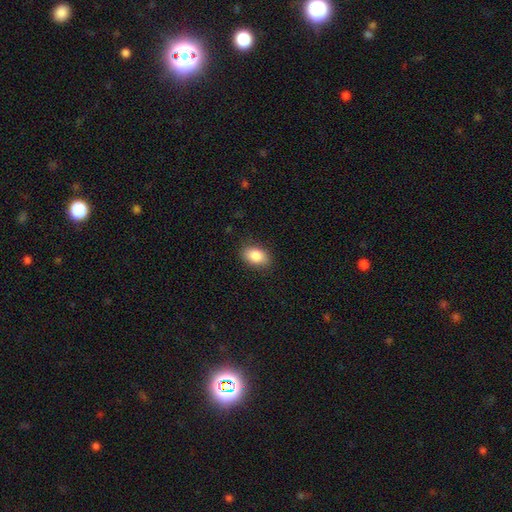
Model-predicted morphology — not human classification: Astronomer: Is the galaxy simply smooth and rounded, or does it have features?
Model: smooth — 86%.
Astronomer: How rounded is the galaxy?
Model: in between — 87%.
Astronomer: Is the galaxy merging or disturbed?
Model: none — 85%.